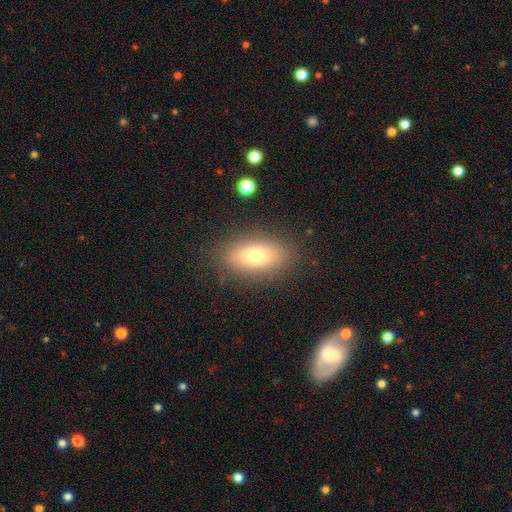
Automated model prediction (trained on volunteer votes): Overall: smooth (73%). How rounded: in between (85%). Merging: none (85%).